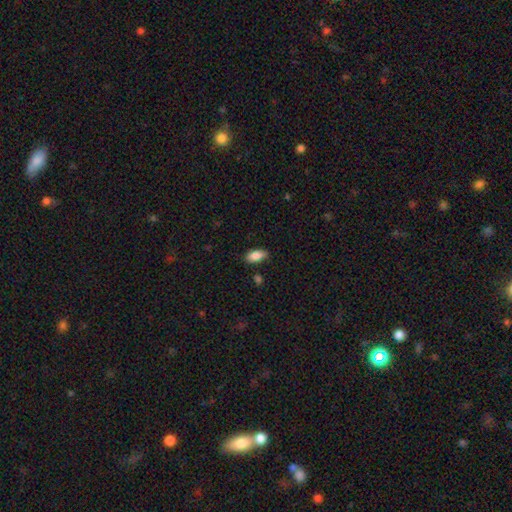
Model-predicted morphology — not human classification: smooth-or-featured: smooth: 86% | star or artifact: 7% | featured or disk: 7%
  how-rounded: in between: 91% | cigar-shaped: 6% | round: 3%
  merging: none: 80% | minor disturbance: 15% | major disturbance: 3% | merger: 2%